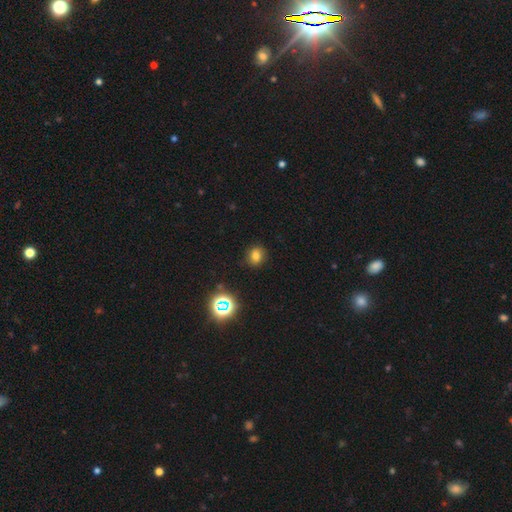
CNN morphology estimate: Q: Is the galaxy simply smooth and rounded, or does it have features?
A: smooth — 74%.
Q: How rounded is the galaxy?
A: round — 69%.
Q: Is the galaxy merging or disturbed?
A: none — 87%.